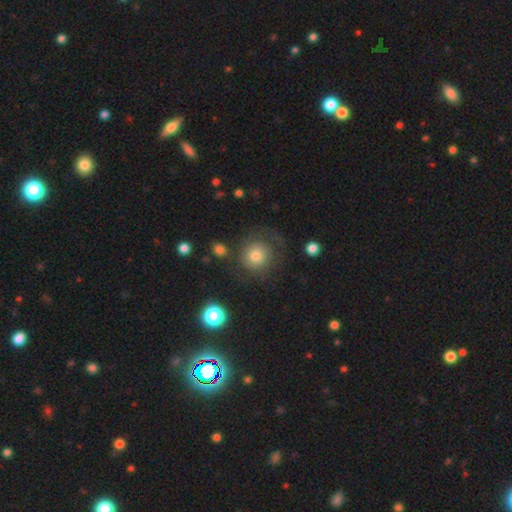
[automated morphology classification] Smooth or featured? Predicted: smooth (p=0.65). How rounded? Predicted: round (p=0.90). Merging? Predicted: none (p=0.63).